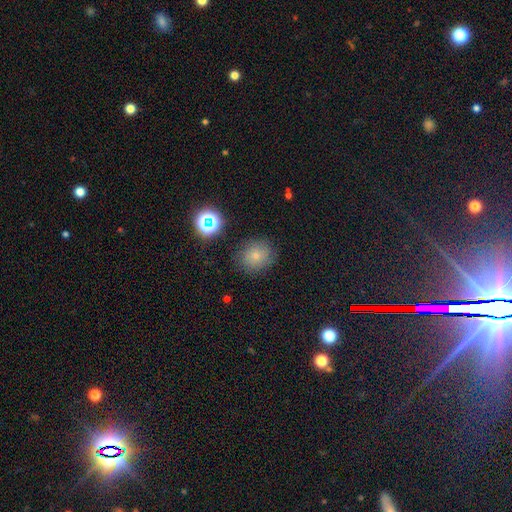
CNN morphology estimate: smooth 74%, star or artifact 16%, featured or disk 10%. Down the decision tree: how rounded — round (80%); merging — none (82%).